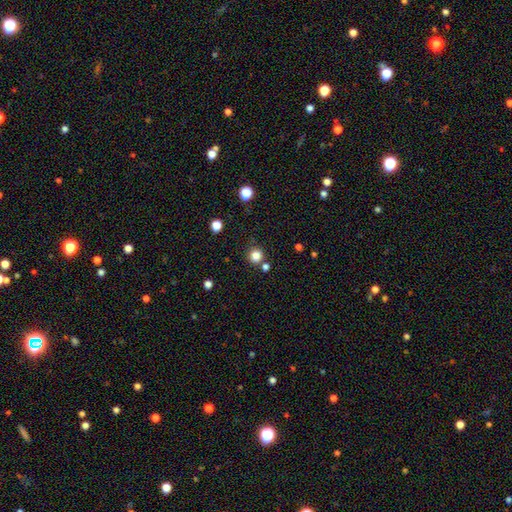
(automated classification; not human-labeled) smooth-or-featured: smooth: 82% | star or artifact: 13% | featured or disk: 4%
  how-rounded: round: 94% | in between: 5% | cigar-shaped: 1%
  merging: none: 82% | merger: 8% | minor disturbance: 8% | major disturbance: 3%